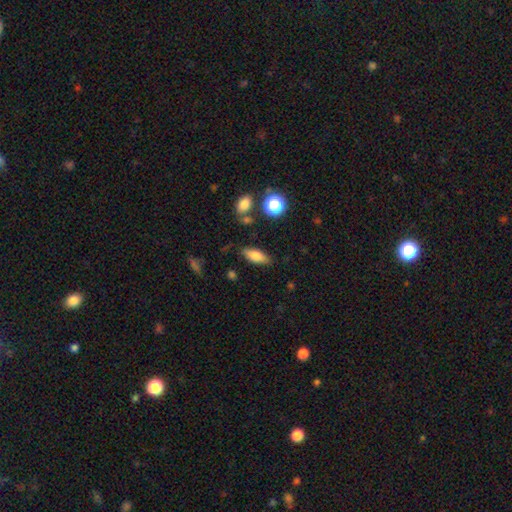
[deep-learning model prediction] Smooth or featured? Predicted: smooth (p=0.71). How rounded? Predicted: in between (p=0.73). Merging? Predicted: none (p=0.80).